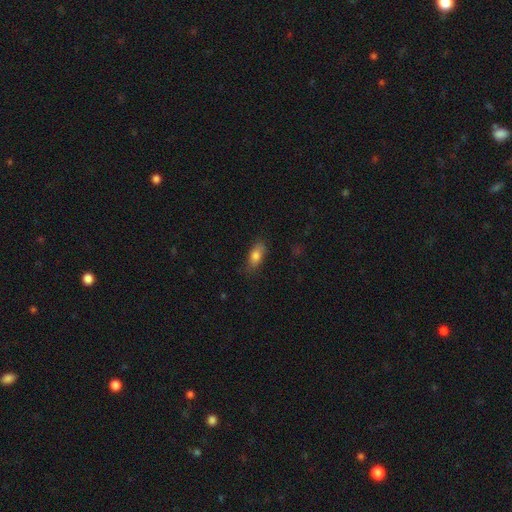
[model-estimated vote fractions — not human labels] This is likely a smooth galaxy (79%). How rounded: clearly in between (80%). Merging: likely none (78%).